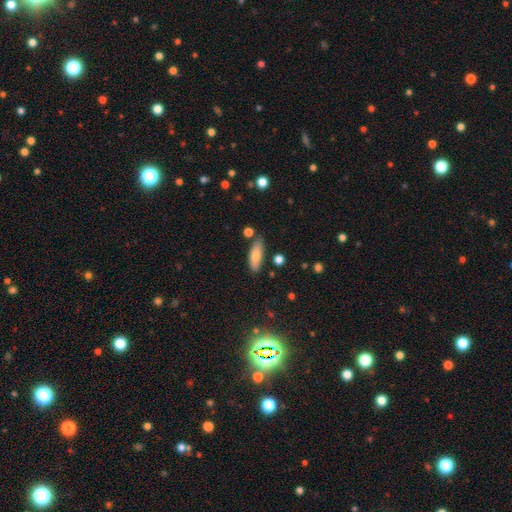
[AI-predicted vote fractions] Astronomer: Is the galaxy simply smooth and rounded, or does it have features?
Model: smooth — 75%.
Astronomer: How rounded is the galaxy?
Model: in between — 64%.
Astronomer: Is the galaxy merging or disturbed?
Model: none — 78%.